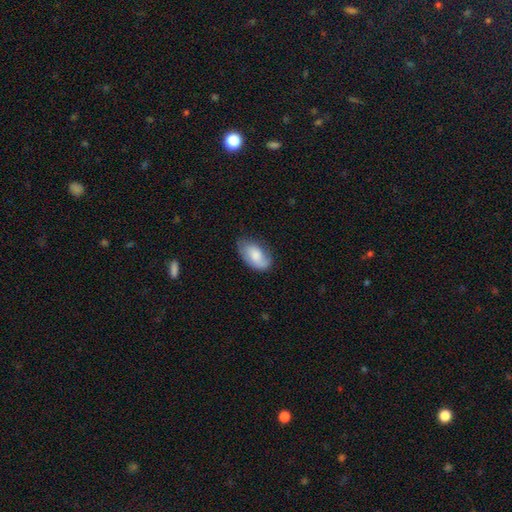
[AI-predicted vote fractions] A smooth galaxy with no disk features (68%) that is in between round and cigar-shaped (93%).

Vote fractions:
- Smooth or featured? smooth: 68% / featured or disk: 25% / star or artifact: 7%
- How rounded? in between: 93% / round: 5% / cigar-shaped: 2%
- Merging? none: 65% / minor disturbance: 26% / major disturbance: 7% / merger: 1%